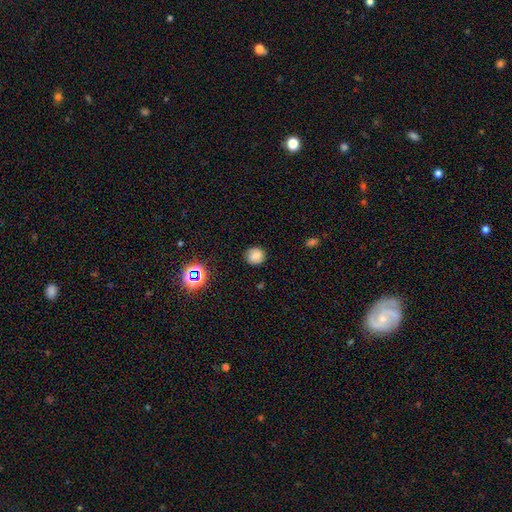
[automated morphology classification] A smooth galaxy with no disk features (75%) that is round (89%).

Vote fractions:
- Smooth or featured? smooth: 75% / star or artifact: 14% / featured or disk: 11%
- How rounded? round: 89% / in between: 10% / cigar-shaped: 1%
- Merging? none: 86% / minor disturbance: 10% / major disturbance: 3% / merger: 1%